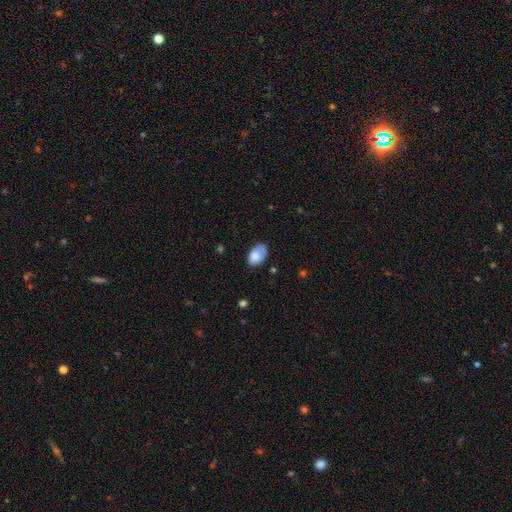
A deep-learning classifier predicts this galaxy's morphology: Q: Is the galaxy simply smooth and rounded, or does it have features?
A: smooth — 79%.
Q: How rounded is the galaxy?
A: in between — 90%.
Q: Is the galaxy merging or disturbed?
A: none — 58%.